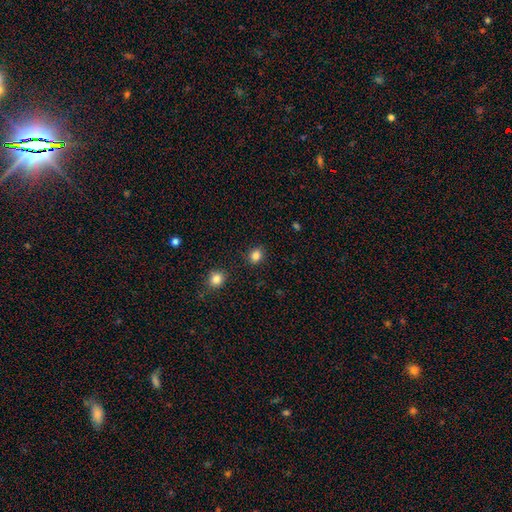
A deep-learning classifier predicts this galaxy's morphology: Smooth or featured? Predicted: smooth (p=0.84). How rounded? Predicted: round (p=0.67). Merging? Predicted: none (p=0.87).